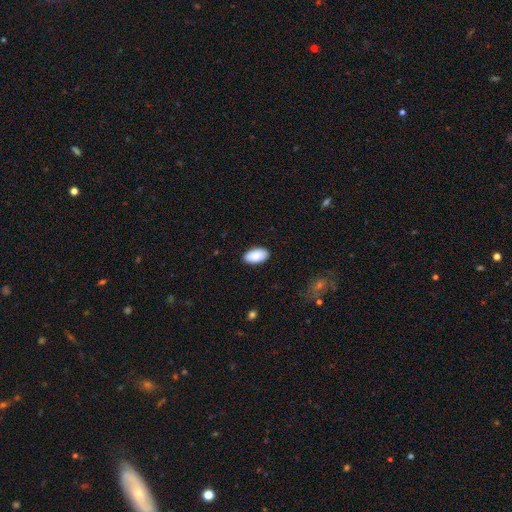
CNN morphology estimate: A smooth galaxy with no disk features (88%) that is in between round and cigar-shaped (95%). Merging: none (87%).